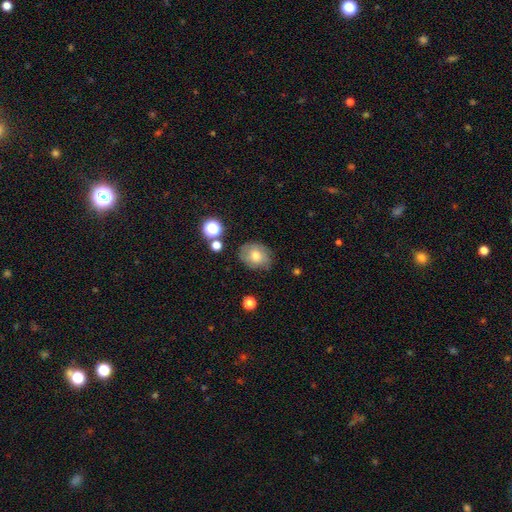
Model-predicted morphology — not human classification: The model was most divided on "how rounded": round: 53%, in between: 46%, cigar-shaped: 1%. More confident: merging — none (71%); smooth or featured — smooth (67%).